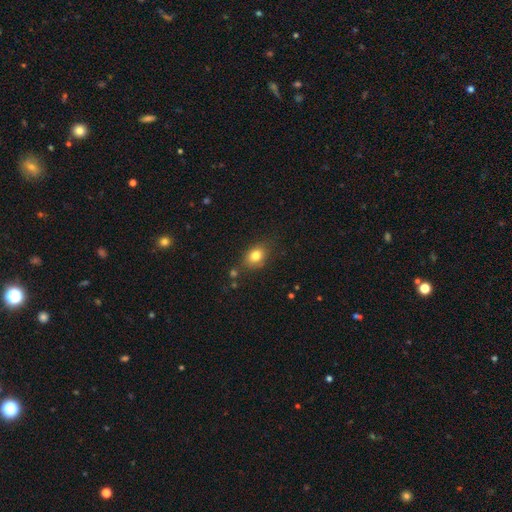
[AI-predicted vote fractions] This appears to be a smooth galaxy with no disk features (82%) that is in between round and cigar-shaped (65%). Merging: none (76%).